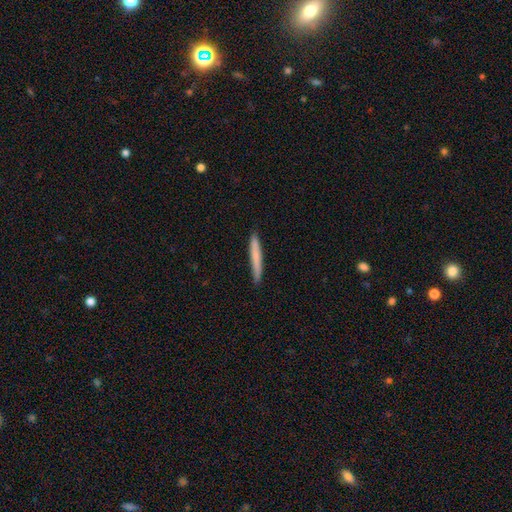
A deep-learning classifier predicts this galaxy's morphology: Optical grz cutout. It shows a smooth galaxy with no disk features (72%) that is cigar-shaped (97%). Merging: none (89%).